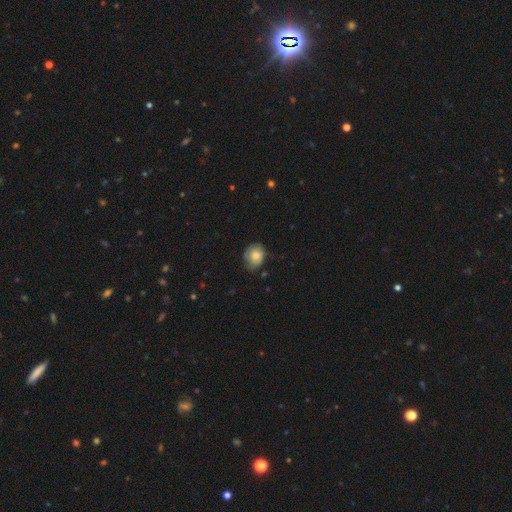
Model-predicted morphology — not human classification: A smooth galaxy with no disk features (73%) that is round (52%).

Vote fractions:
- Smooth or featured? smooth: 73% / featured or disk: 19% / star or artifact: 8%
- How rounded? round: 52% / in between: 47% / cigar-shaped: 1%
- Merging? none: 55% / minor disturbance: 34% / major disturbance: 9% / merger: 2%